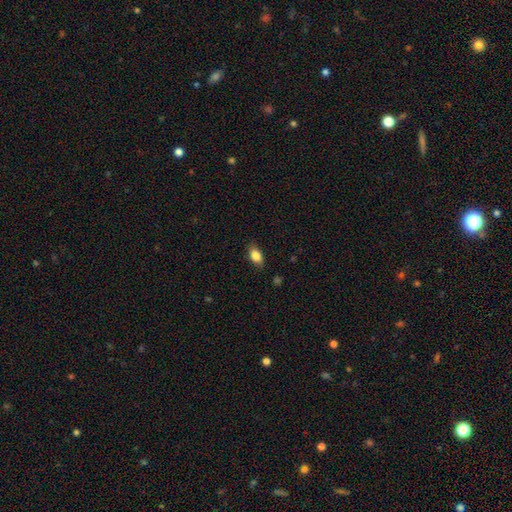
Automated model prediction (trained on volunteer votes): Morphology: type=smooth (85%); roundness=in between (86%); merging=none (84%).